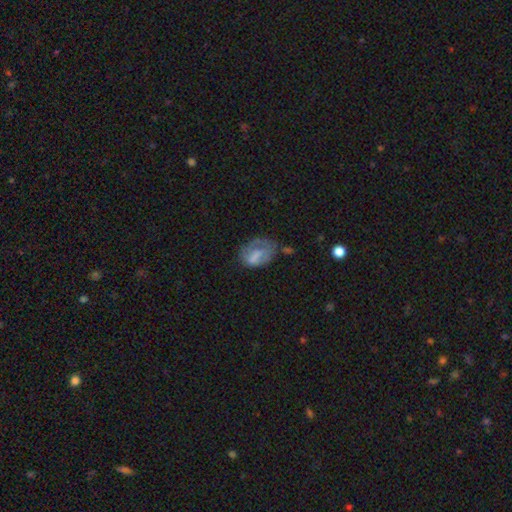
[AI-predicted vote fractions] Smooth or featured? Predicted: smooth (p=0.61). How rounded? Predicted: in between (p=0.77). Merging? Predicted: major disturbance (p=0.33).